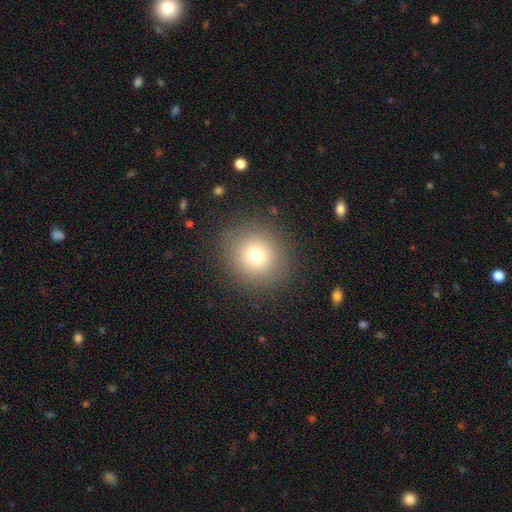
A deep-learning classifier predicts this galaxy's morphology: A smooth galaxy with no disk features (74%) that is round (90%). Merging: none (88%).